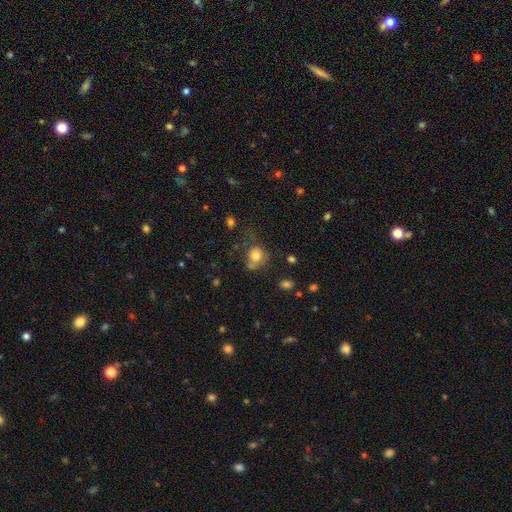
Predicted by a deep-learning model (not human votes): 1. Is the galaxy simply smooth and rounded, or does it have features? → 78% smooth, 11% star or artifact, 11% featured or disk.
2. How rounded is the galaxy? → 72% round, 27% in between, 1% cigar-shaped.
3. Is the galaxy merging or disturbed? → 49% none, 26% minor disturbance, 15% major disturbance, 10% merger.